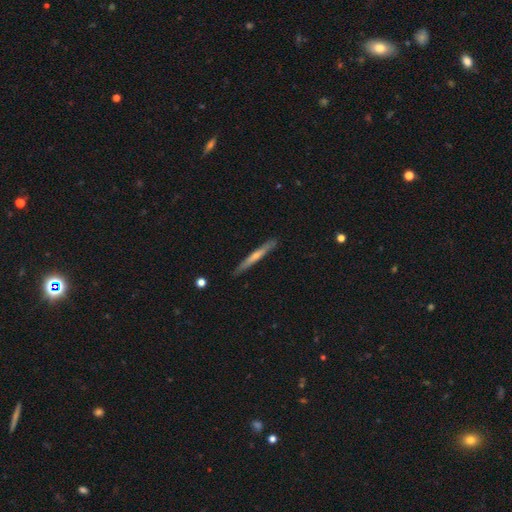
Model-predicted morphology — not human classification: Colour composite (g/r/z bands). It shows a featured or disk galaxy (56%) viewed edge-on (96%) with a rounded central bulge (52%). Merging: none (89%).